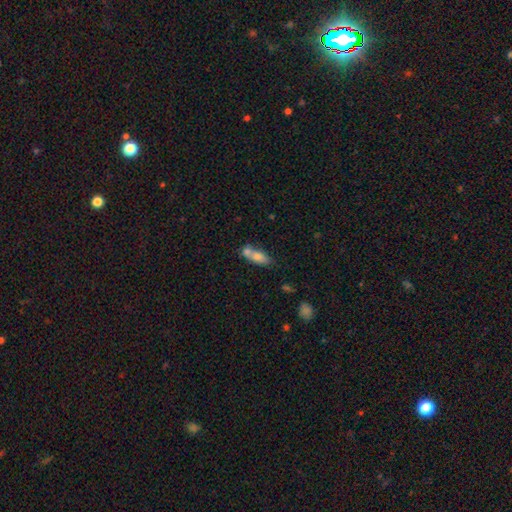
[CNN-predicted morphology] Smooth or featured: smooth — 72% (featured or disk — 20%)
How rounded: in between — 73% (cigar-shaped — 22%)
Merging: merger — 50% (none — 33%)